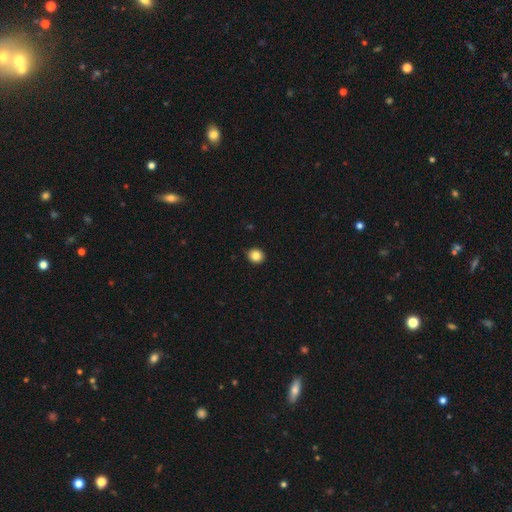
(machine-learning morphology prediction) Smooth or featured? Predicted: smooth (p=0.84). How rounded? Predicted: round (p=0.85). Merging? Predicted: none (p=0.92).